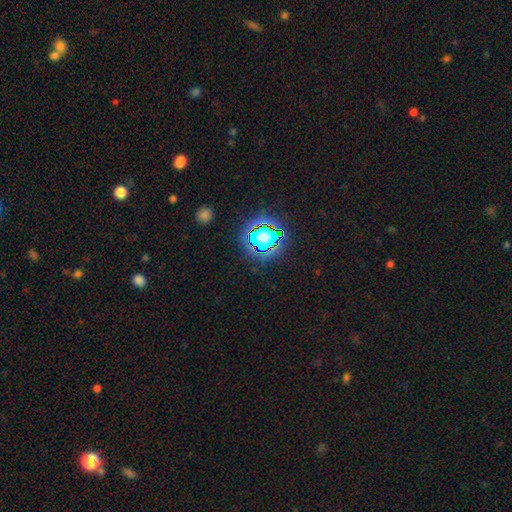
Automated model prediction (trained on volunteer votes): Smooth or featured?
  - star or artifact: 83% *
  - smooth: 11%
  - featured or disk: 7%